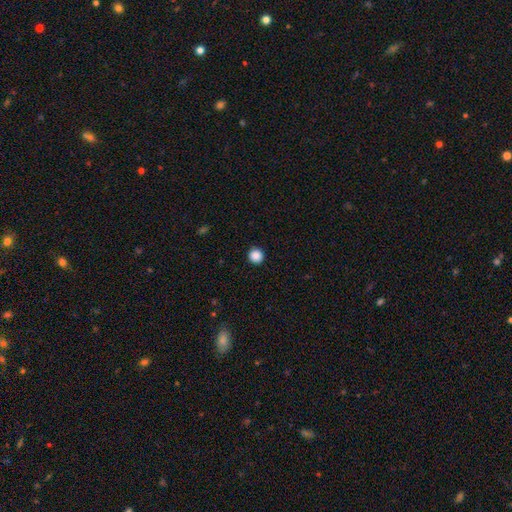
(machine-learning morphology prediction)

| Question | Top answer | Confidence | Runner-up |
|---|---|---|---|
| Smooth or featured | smooth | 88% | star or artifact (10%) |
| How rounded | round | 95% | in between (4%) |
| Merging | none | 93% | minor disturbance (4%) |